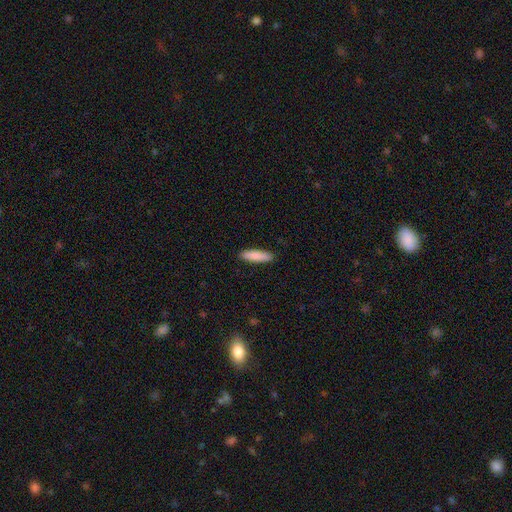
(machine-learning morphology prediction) Overall: smooth (87%). How rounded: cigar-shaped (72%). Merging: none (91%).